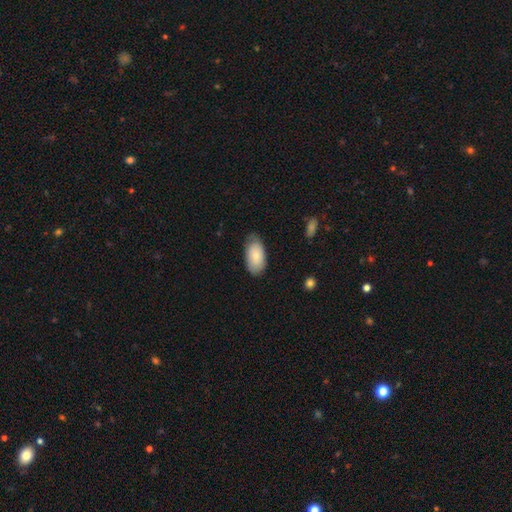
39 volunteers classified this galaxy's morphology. Smooth or featured? smooth (77%)
How rounded? in between (90%)
Merging? none (80%)